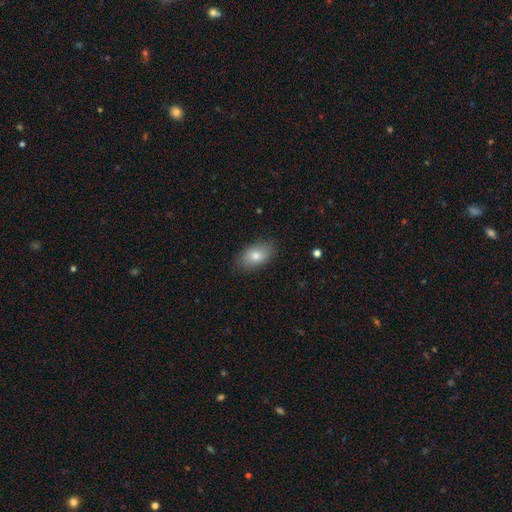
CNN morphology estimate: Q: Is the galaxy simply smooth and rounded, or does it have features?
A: smooth — 78%.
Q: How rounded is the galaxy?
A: in between — 90%.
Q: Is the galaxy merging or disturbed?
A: none — 85%.